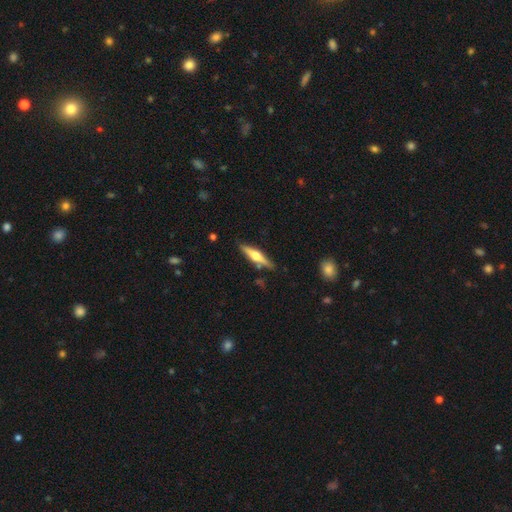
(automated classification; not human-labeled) Q: Smooth or featured?
A: featured or disk (60%); runner-up: smooth (34%)
Q: Edge-on disk?
A: yes (96%); runner-up: no (4%)
Q: Edge-on bulge?
A: rounded (92%); runner-up: boxy (5%)
Q: Merging?
A: none (82%); runner-up: minor disturbance (11%)